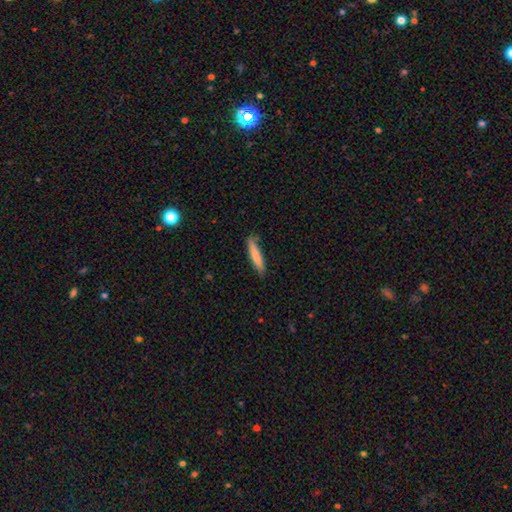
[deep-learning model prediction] Q: Smooth or featured?
A: smooth (77%); runner-up: featured or disk (17%)
Q: How rounded?
A: cigar-shaped (90%); runner-up: in between (9%)
Q: Merging?
A: none (83%); runner-up: minor disturbance (13%)